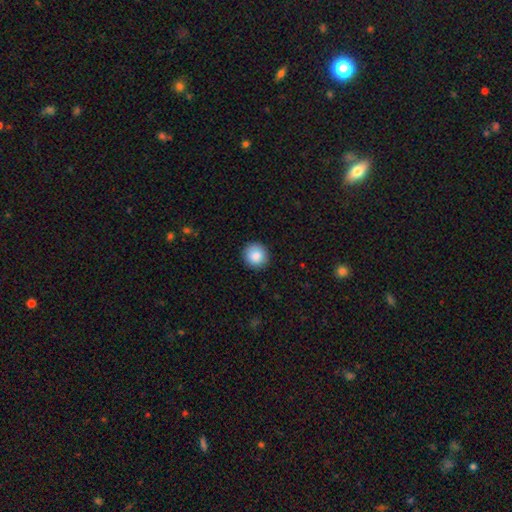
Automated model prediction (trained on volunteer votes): Smooth or featured? Predicted: smooth (p=0.88). How rounded? Predicted: round (p=0.92). Merging? Predicted: none (p=0.91).